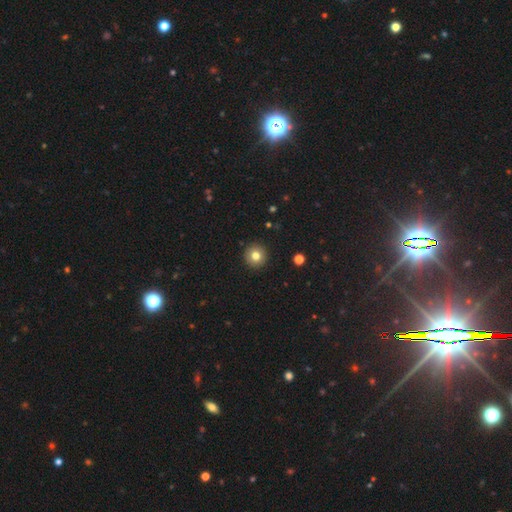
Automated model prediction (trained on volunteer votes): Smooth or featured? smooth (80%)
How rounded? round (95%)
Merging? none (93%)